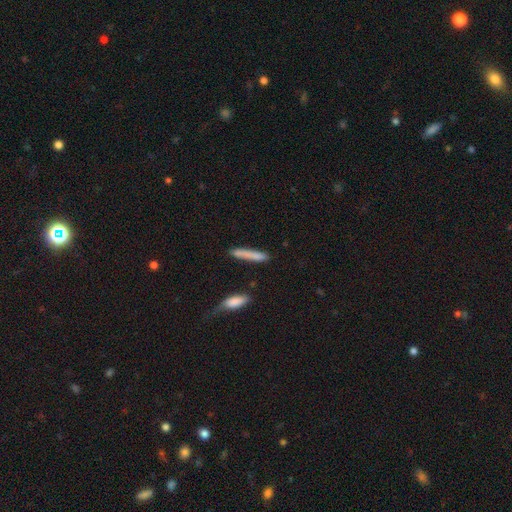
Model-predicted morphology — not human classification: Q: Smooth or featured?
A: smooth (78%); runner-up: featured or disk (16%)
Q: How rounded?
A: cigar-shaped (91%); runner-up: in between (7%)
Q: Merging?
A: none (77%); runner-up: minor disturbance (14%)